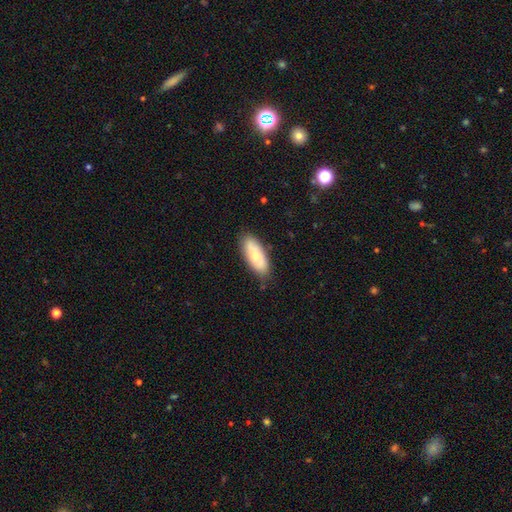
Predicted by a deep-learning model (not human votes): Overall: smooth (73%). How rounded: in between (79%). Merging: none (81%).